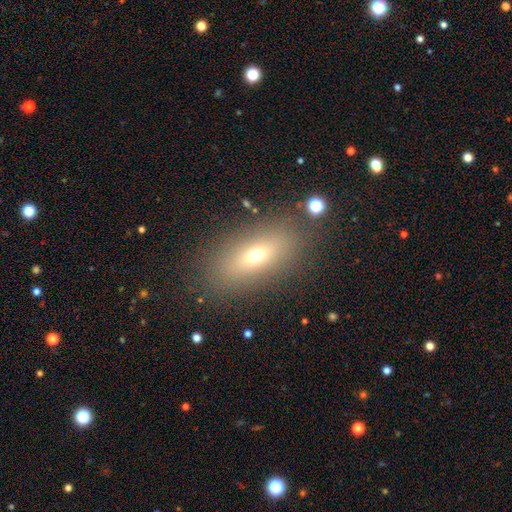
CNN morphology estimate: Smooth or featured?
  - smooth: 62% *
  - featured or disk: 23%
  - star or artifact: 15%
How rounded?
  - in between: 72% *
  - cigar-shaped: 19%
  - round: 9%
Merging?
  - none: 83% *
  - minor disturbance: 9%
  - major disturbance: 5%
  - merger: 2%